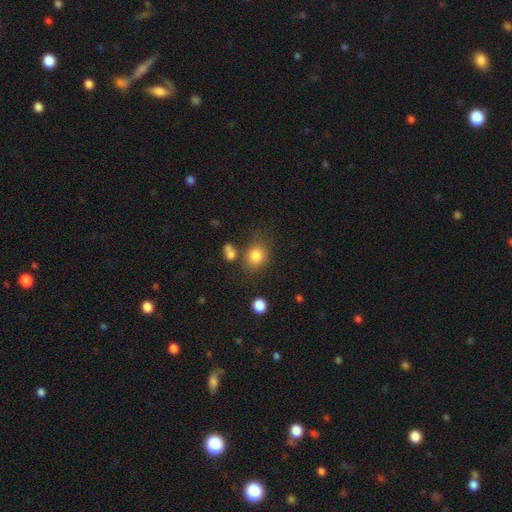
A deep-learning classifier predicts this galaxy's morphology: The model was most divided on "how rounded": round: 68%, in between: 31%, cigar-shaped: 1%. More confident: smooth or featured — smooth (82%); merging — none (70%).